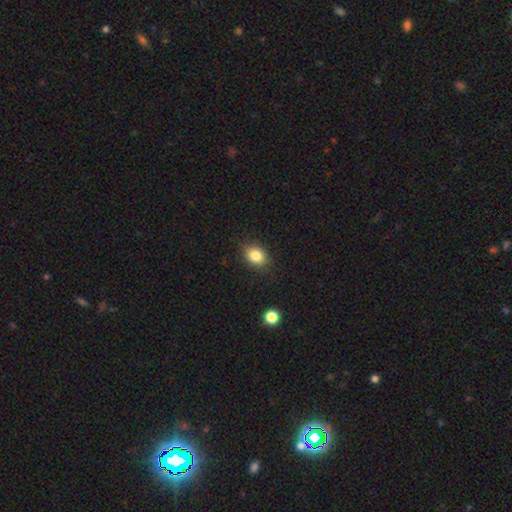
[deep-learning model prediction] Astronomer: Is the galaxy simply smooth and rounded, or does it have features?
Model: smooth — 84%.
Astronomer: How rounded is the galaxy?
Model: in between — 61% (runner-up: round, 38%).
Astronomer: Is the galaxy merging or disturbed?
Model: none — 86%.